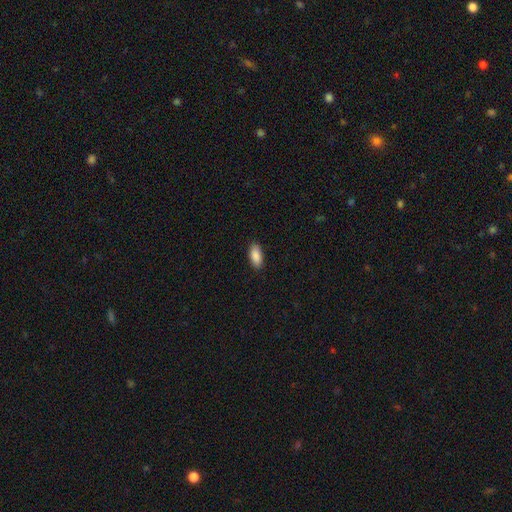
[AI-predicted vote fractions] The model was most divided on "how rounded": in between: 89%, cigar-shaped: 9%, round: 2%. More confident: smooth or featured — smooth (89%); merging — none (89%).